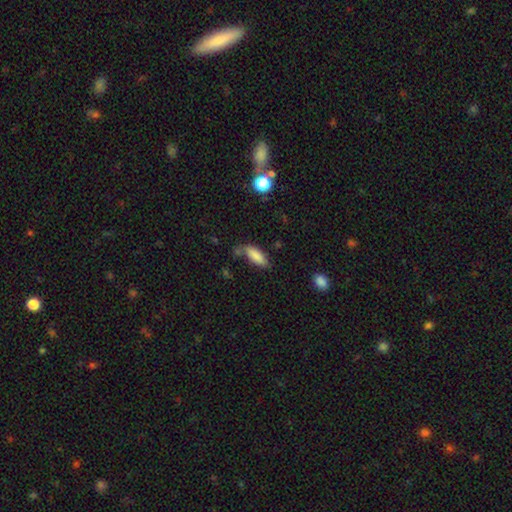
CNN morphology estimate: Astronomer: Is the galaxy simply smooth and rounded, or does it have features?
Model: smooth — 83%.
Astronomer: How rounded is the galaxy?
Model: in between — 71%.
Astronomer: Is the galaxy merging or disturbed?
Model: none — 55%.